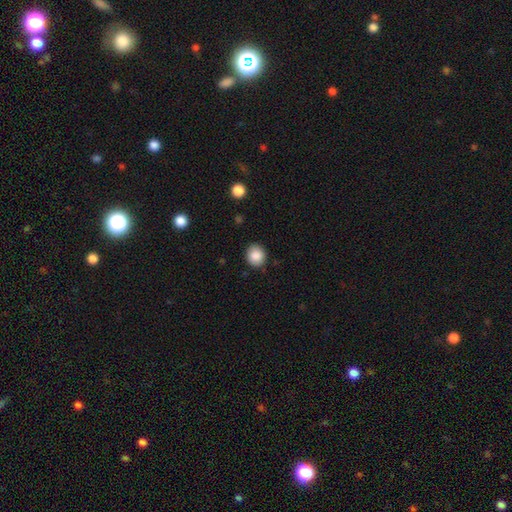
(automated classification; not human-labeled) smooth 87%, star or artifact 9%, featured or disk 4%. Down the decision tree: how rounded — round (77%); merging — none (86%).